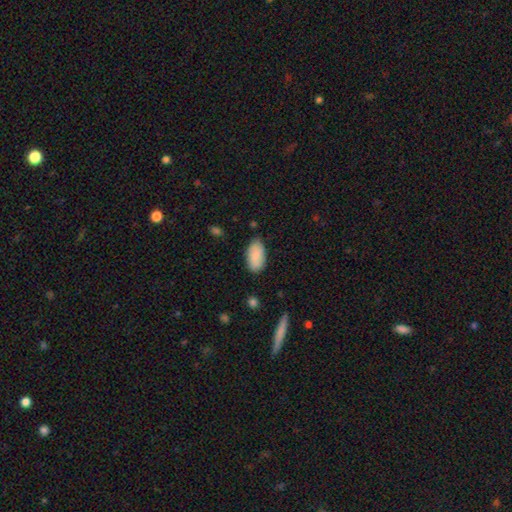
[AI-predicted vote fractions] Smooth or featured? Predicted: smooth (p=0.85). How rounded? Predicted: in between (p=0.94). Merging? Predicted: none (p=0.77).